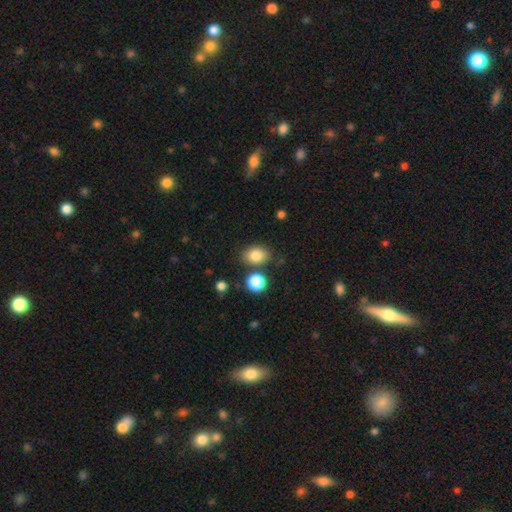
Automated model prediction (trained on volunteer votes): smooth_or_featured: smooth (p=0.84) [alt: star or artifact p=0.09]
how_rounded: in between (p=0.65) [alt: round p=0.33]
merging: none (p=0.76) [alt: minor disturbance p=0.12]